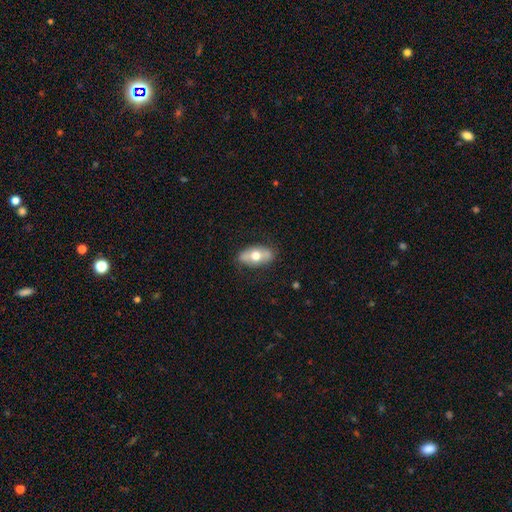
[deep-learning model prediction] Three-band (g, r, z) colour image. It shows a smooth galaxy with no disk features (56%) that is in between round and cigar-shaped (89%). Merging: none (79%).